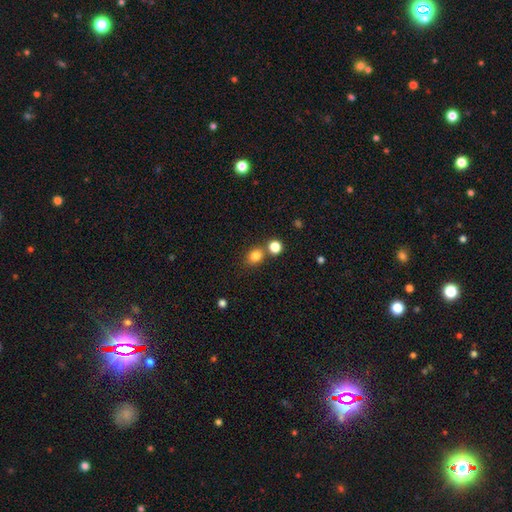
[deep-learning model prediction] Morphology: type=smooth (82%); roundness=round (58%); merging=none (66%).